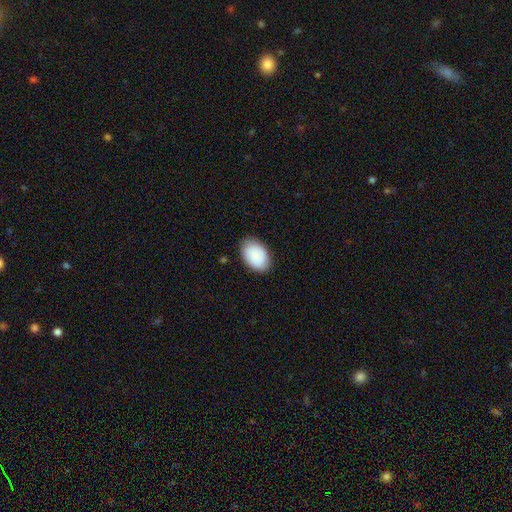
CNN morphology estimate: Smooth or featured? smooth (88%)
How rounded? in between (90%)
Merging? none (84%)